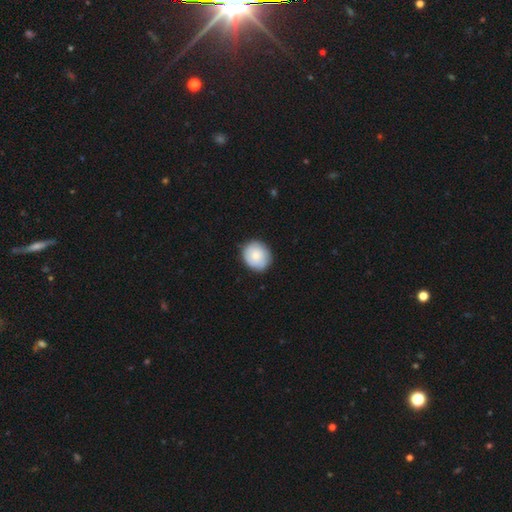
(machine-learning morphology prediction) smooth 78%, featured or disk 16%, star or artifact 6%. Down the decision tree: how rounded — round (77%); merging — none (85%).